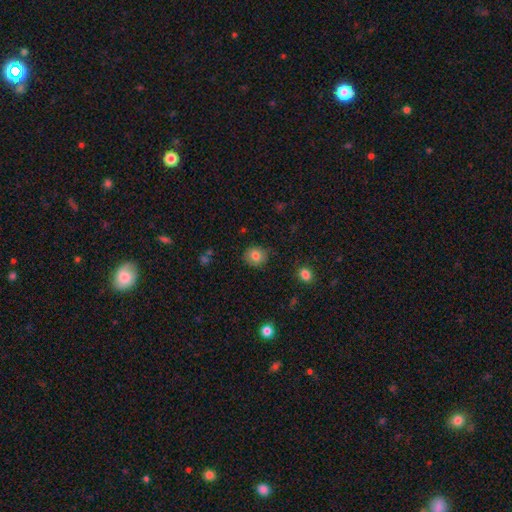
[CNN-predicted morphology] type=smooth (81%); roundness=round (78%); merging=none (84%).